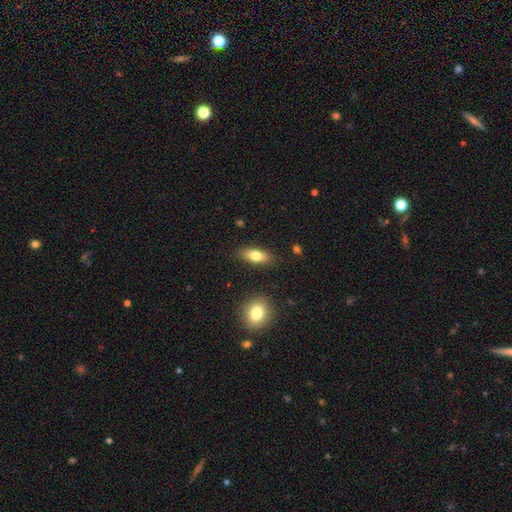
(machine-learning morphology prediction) This is likely a smooth galaxy (75%). How rounded: likely in between (75%). Merging: clearly none (85%).